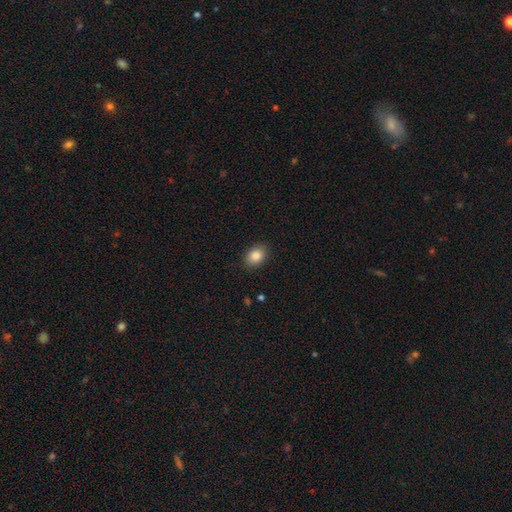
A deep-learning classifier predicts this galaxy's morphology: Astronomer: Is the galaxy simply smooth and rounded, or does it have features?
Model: smooth — 86%.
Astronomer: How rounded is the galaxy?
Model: in between — 73%.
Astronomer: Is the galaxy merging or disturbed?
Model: none — 89%.